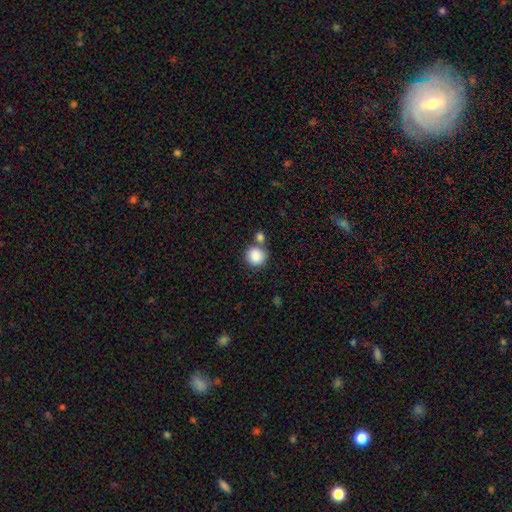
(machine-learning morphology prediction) smooth-or-featured: smooth: 87% | star or artifact: 8% | featured or disk: 4%
  how-rounded: round: 90% | in between: 9% | cigar-shaped: 1%
  merging: none: 61% | merger: 26% | minor disturbance: 10% | major disturbance: 4%